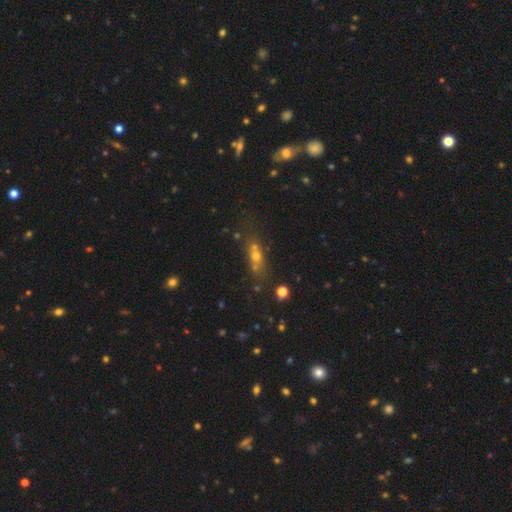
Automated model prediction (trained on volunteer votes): Morphology: type=smooth (49%); merging=none (47%).